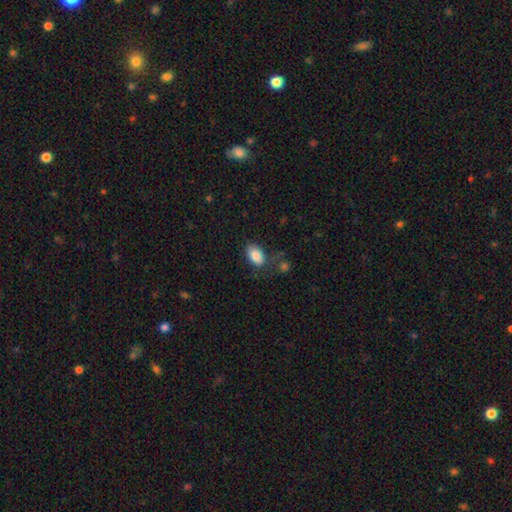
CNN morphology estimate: Smooth or featured? Predicted: smooth (p=0.86). How rounded? Predicted: in between (p=0.89). Merging? Predicted: none (p=0.70).